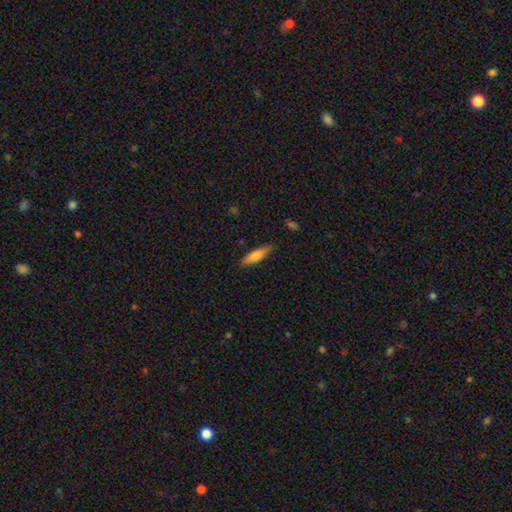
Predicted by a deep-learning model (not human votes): A smooth galaxy with no disk features (65%) that is cigar-shaped (72%). Merging: none (85%).